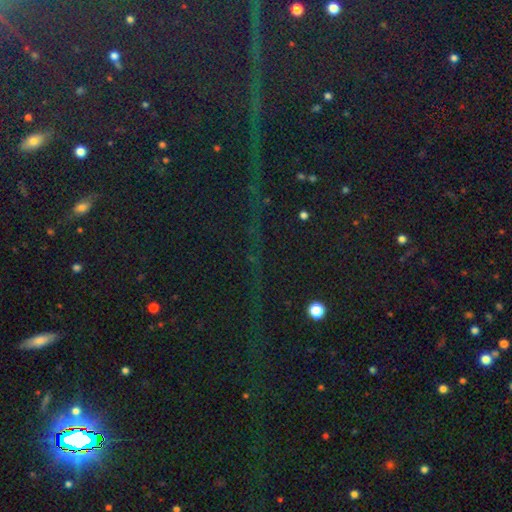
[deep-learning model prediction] Morphology: type=star or artifact (83%).